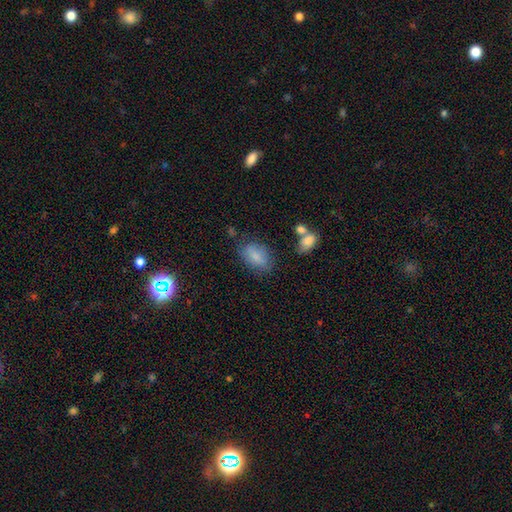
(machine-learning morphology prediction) Smooth or featured?
  - smooth: 81% *
  - featured or disk: 10%
  - star or artifact: 9%
How rounded?
  - in between: 88% *
  - round: 10%
  - cigar-shaped: 2%
Merging?
  - none: 70% *
  - minor disturbance: 19%
  - major disturbance: 6%
  - merger: 4%